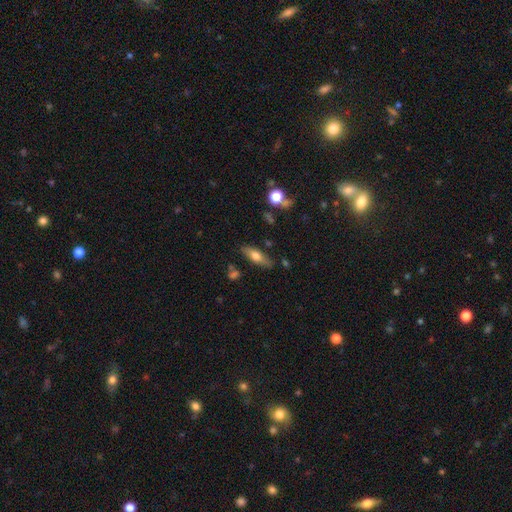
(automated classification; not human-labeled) smooth_or_featured: smooth (p=0.59) [alt: featured or disk p=0.33]
how_rounded: in between (p=0.55) [alt: cigar-shaped p=0.42]
merging: none (p=0.79) [alt: minor disturbance p=0.14]